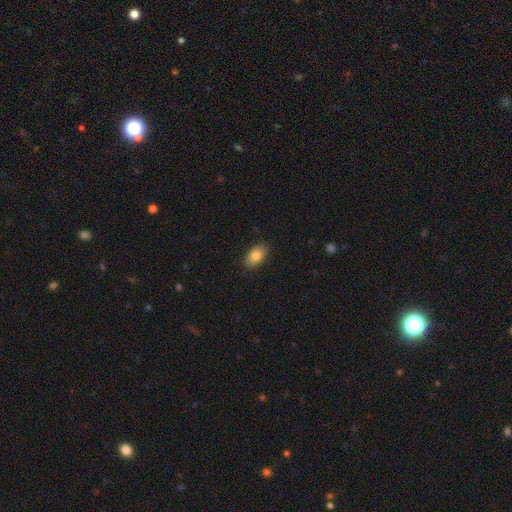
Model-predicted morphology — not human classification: type=smooth (82%); roundness=in between (91%); merging=none (87%).